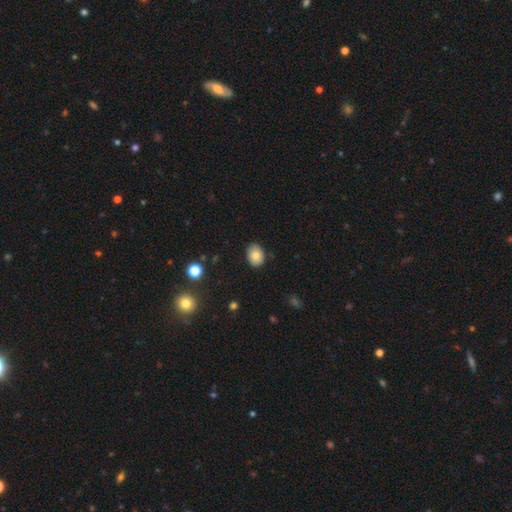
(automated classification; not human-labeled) Q: Smooth or featured?
A: smooth (82%); runner-up: featured or disk (9%)
Q: How rounded?
A: in between (69%); runner-up: round (30%)
Q: Merging?
A: none (82%); runner-up: minor disturbance (14%)